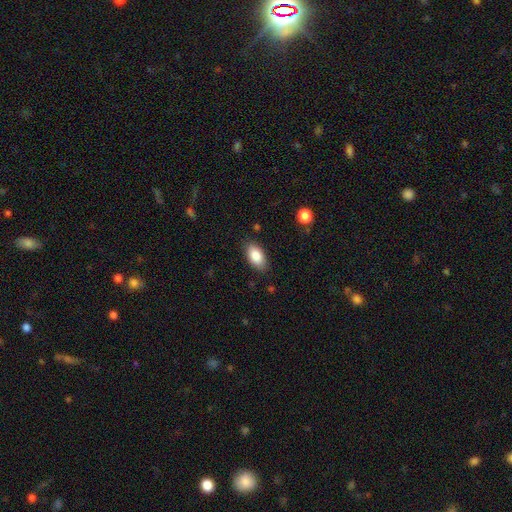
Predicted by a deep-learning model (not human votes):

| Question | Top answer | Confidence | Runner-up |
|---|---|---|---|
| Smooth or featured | smooth | 86% | featured or disk (7%) |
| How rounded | in between | 93% | round (4%) |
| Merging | none | 85% | minor disturbance (11%) |